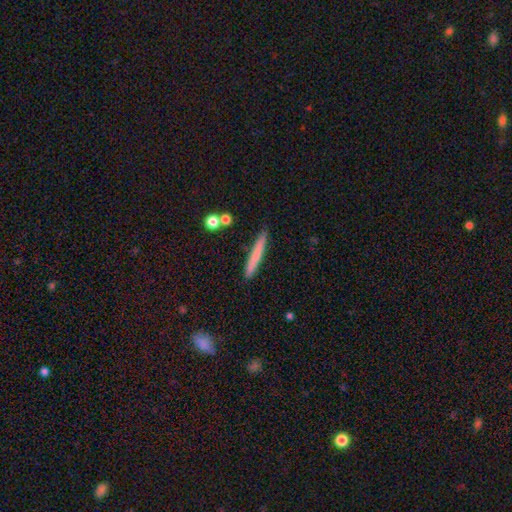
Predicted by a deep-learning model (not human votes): This is likely a smooth galaxy (69%). How rounded: clearly cigar-shaped (95%). Merging: clearly none (88%).